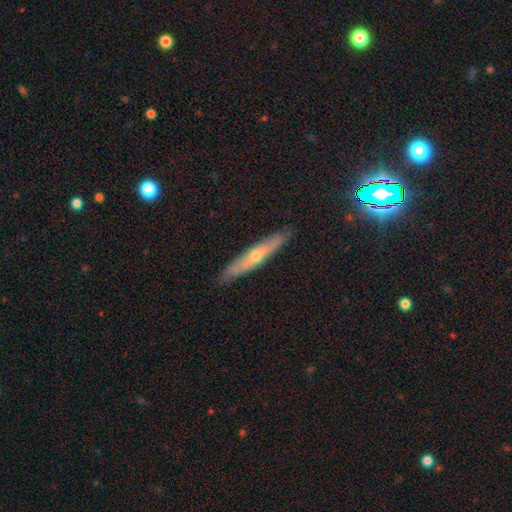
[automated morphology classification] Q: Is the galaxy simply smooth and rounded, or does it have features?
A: featured or disk — 55%.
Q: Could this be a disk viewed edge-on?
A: yes — 79%.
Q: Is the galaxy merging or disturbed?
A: none — 87%.